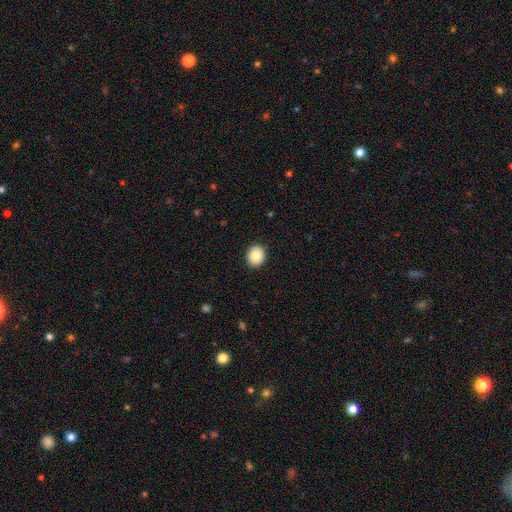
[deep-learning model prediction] The model was most divided on "how rounded": round: 71%, in between: 28%, cigar-shaped: 1%. More confident: merging — none (91%); smooth or featured — smooth (83%).